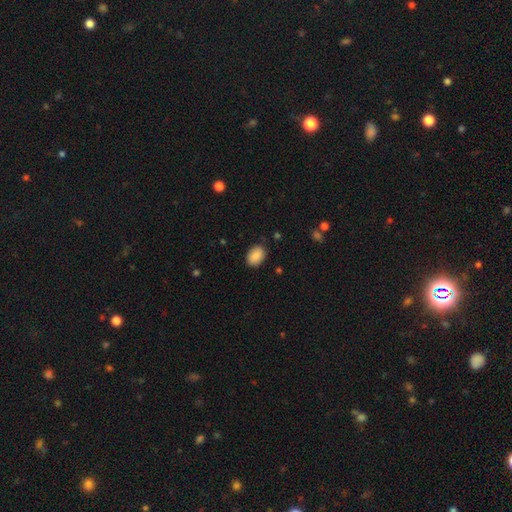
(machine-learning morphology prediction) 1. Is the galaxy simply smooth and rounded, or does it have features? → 88% smooth, 7% star or artifact, 5% featured or disk.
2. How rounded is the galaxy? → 81% in between, 18% round, 1% cigar-shaped.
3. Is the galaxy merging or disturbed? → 83% none, 13% minor disturbance, 3% major disturbance, 1% merger.